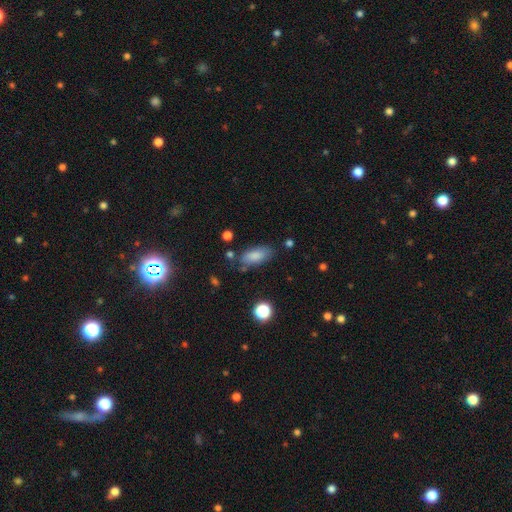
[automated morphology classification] smooth_or_featured: smooth (p=0.79) [alt: star or artifact p=0.10]
how_rounded: in between (p=0.83) [alt: cigar-shaped p=0.14]
merging: none (p=0.74) [alt: minor disturbance p=0.18]